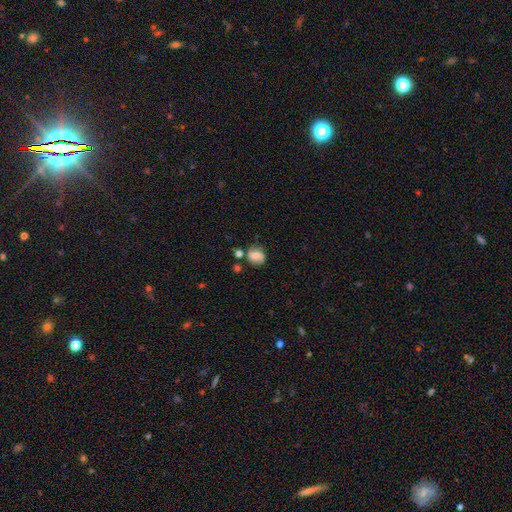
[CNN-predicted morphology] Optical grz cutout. It shows a smooth galaxy with no disk features (49%). Merging: none (64%).